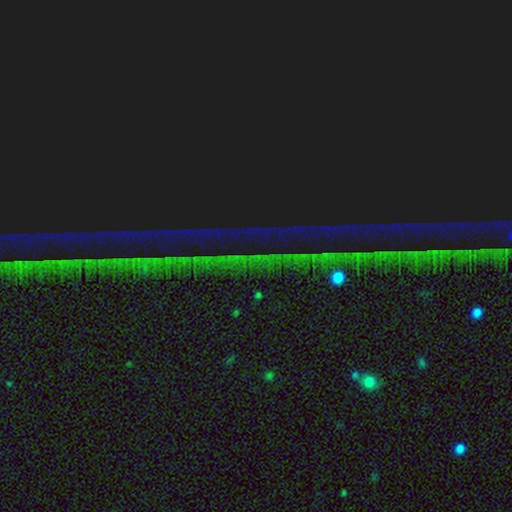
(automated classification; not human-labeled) Smooth or featured? star or artifact (82%)